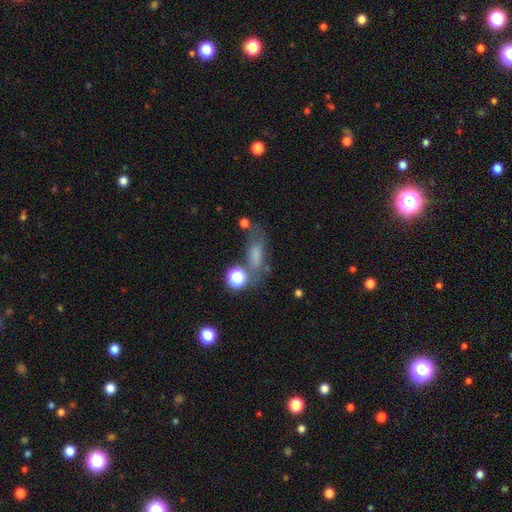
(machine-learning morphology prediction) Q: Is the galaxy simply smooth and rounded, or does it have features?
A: smooth — 56%.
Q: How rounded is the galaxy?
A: in between — 62%.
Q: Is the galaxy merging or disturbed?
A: none — 46%.